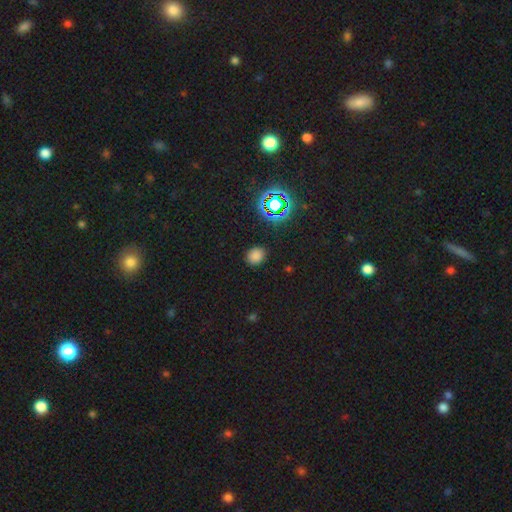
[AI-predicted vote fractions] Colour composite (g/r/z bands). It shows a smooth galaxy with no disk features (74%) that is round (60%). Merging: none (86%).